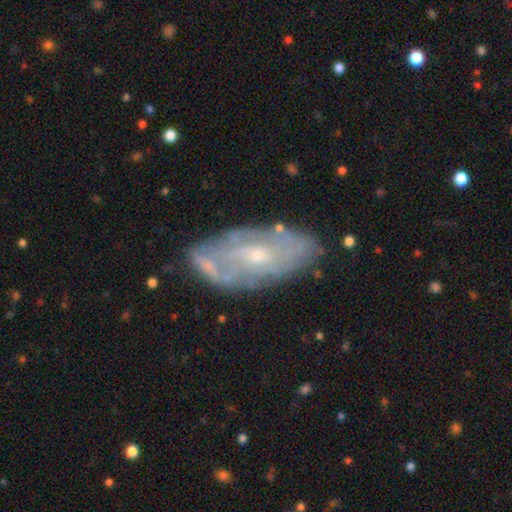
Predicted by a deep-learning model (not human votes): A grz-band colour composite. It shows a featured or disk galaxy (70%) with no bar (68%), spiral arms (59%) and a small central bulge (63%). Merging: none (71%).